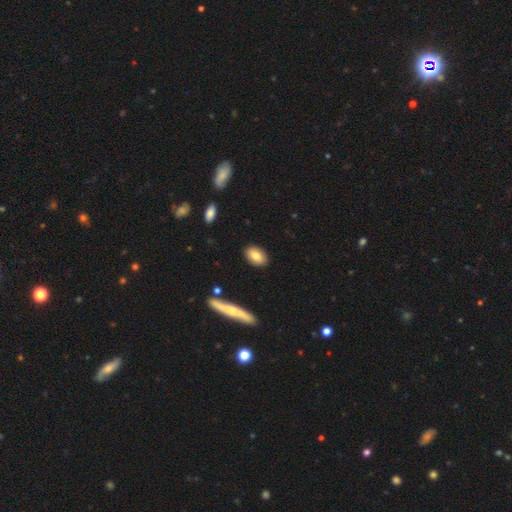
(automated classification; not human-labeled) Smooth or featured? Predicted: smooth (p=0.81). How rounded? Predicted: in between (p=0.83). Merging? Predicted: none (p=0.88).